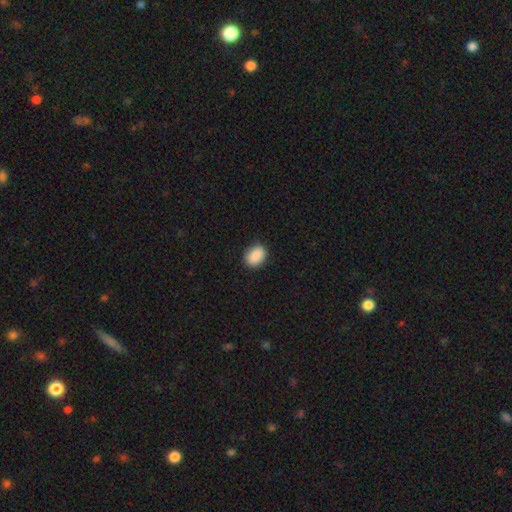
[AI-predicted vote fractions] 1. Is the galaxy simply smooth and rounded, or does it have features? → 90% smooth, 8% star or artifact, 3% featured or disk.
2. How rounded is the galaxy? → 73% in between, 26% round, 1% cigar-shaped.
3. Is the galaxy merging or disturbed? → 87% none, 10% minor disturbance, 2% major disturbance, 1% merger.